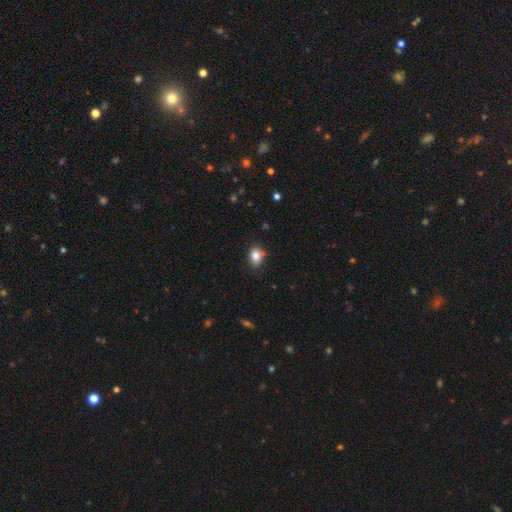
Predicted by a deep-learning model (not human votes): A smooth galaxy with no disk features (84%) that is in between round and cigar-shaped (61%). Merging: none (77%).